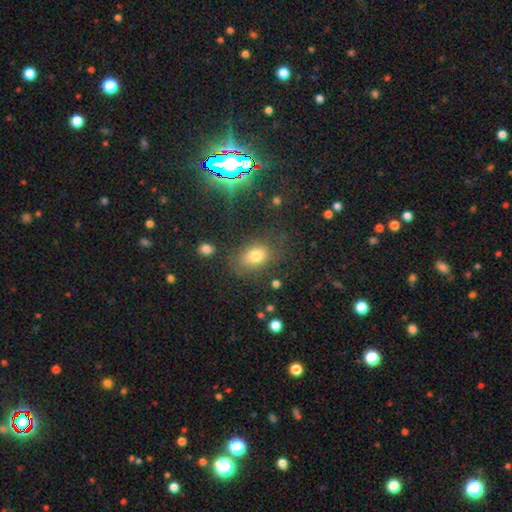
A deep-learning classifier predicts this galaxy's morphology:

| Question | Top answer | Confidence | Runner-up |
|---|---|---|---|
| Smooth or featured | smooth | 72% | star or artifact (15%) |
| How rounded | in between | 72% | round (26%) |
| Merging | none | 71% | minor disturbance (17%) |